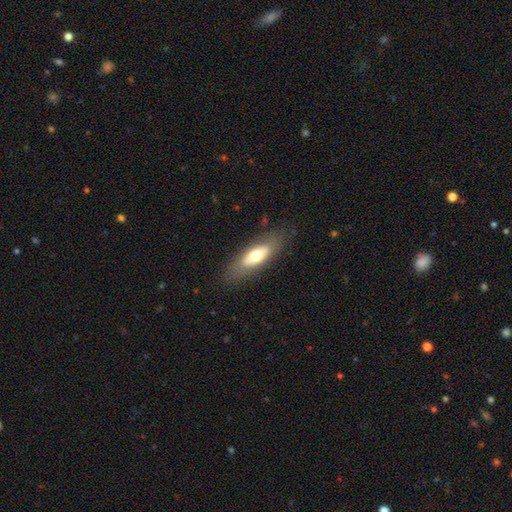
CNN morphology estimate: Smooth or featured? Predicted: smooth (p=0.58). How rounded? Predicted: in between (p=0.70). Merging? Predicted: none (p=0.79).